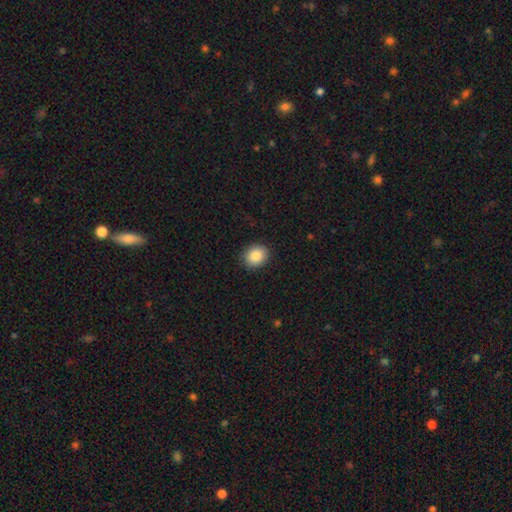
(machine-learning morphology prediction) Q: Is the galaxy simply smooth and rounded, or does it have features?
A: smooth — 87%.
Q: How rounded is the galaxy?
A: round — 58%.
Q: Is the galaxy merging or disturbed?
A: none — 89%.